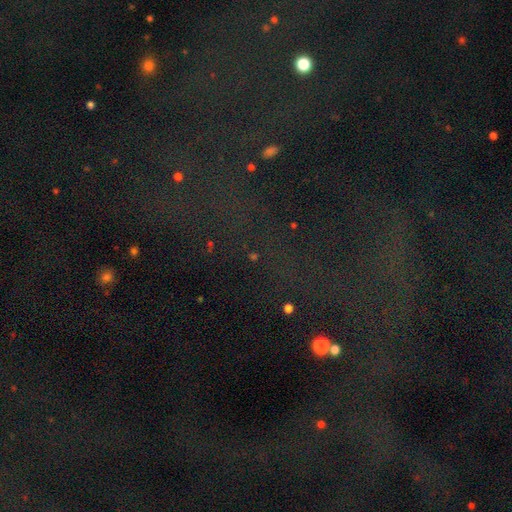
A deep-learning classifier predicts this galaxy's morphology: This appears to be a star or artifact, not a galaxy (76%).